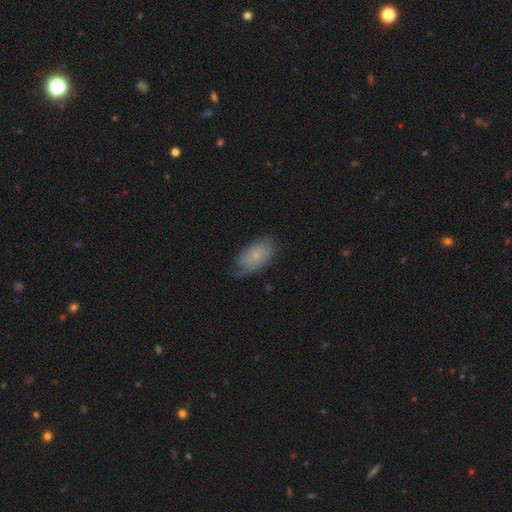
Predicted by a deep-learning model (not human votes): Morphology: type=smooth (66%); roundness=in between (91%); merging=none (58%).